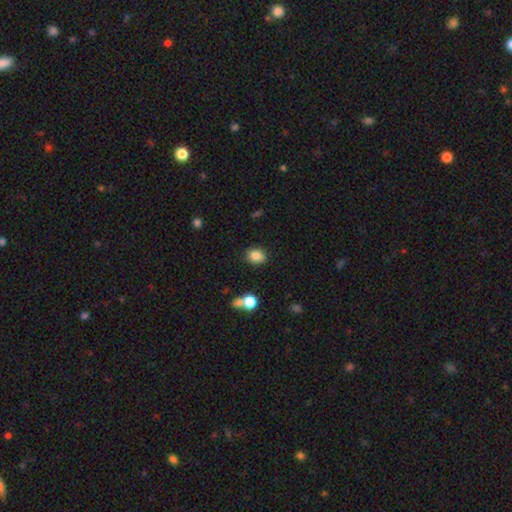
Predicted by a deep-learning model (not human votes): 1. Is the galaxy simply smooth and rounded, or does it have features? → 84% smooth, 10% star or artifact, 6% featured or disk.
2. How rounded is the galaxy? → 52% round, 47% in between, 1% cigar-shaped.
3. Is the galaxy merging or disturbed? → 84% none, 10% minor disturbance, 3% merger, 3% major disturbance.